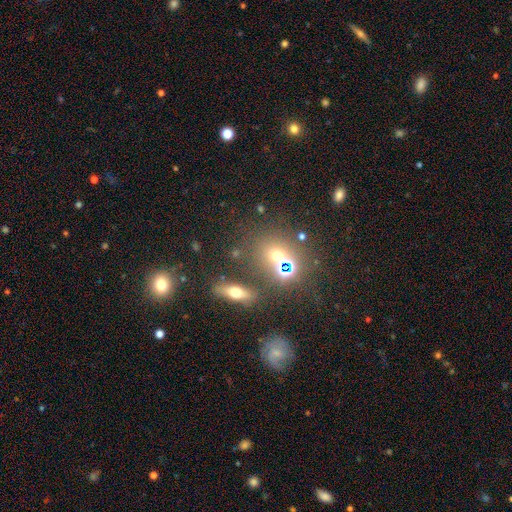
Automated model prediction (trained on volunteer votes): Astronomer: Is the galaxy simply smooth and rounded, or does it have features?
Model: smooth — 45% (runner-up: star or artifact, 35%).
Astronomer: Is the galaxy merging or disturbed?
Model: none — 43% (runner-up: merger, 40%).